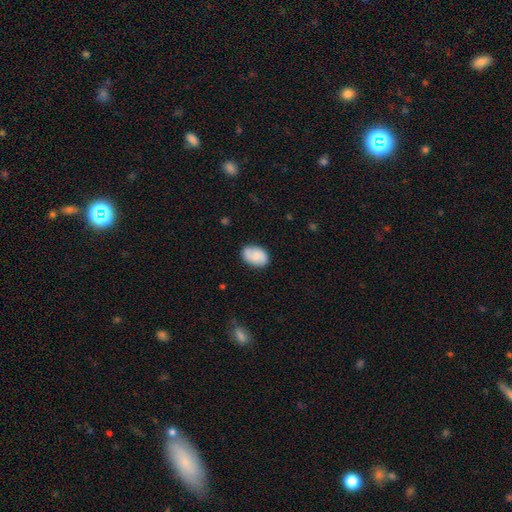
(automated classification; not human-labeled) Q: Smooth or featured?
A: smooth (69%); runner-up: featured or disk (23%)
Q: How rounded?
A: in between (83%); runner-up: round (16%)
Q: Merging?
A: none (76%); runner-up: minor disturbance (18%)